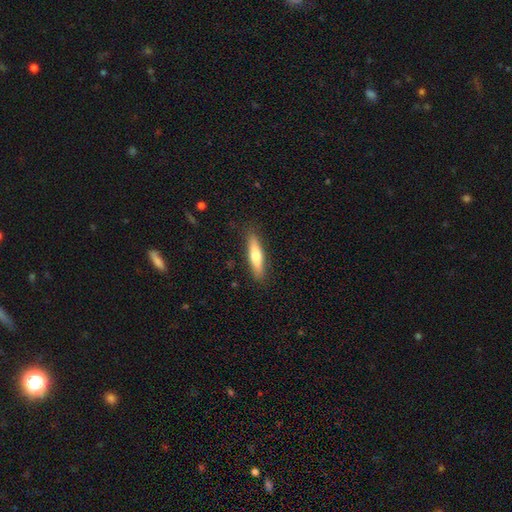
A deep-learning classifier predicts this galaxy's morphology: This is likely a smooth galaxy (62%). How rounded: clearly cigar-shaped (81%). Merging: clearly none (88%).